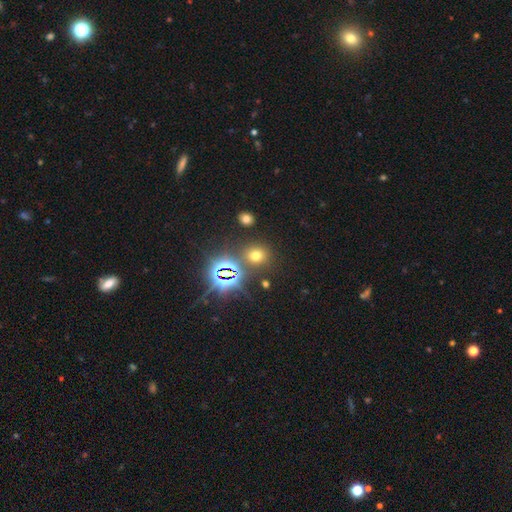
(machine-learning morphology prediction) The model was most divided on "smooth or featured": smooth: 56%, star or artifact: 35%, featured or disk: 9%. More confident: merging — none (82%); how rounded — round (76%).